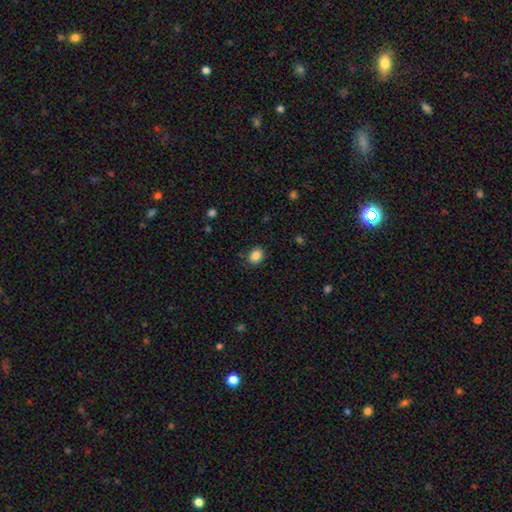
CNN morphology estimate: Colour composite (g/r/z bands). It shows a smooth galaxy with no disk features (87%) that is in between round and cigar-shaped (52%). Merging: none (86%).